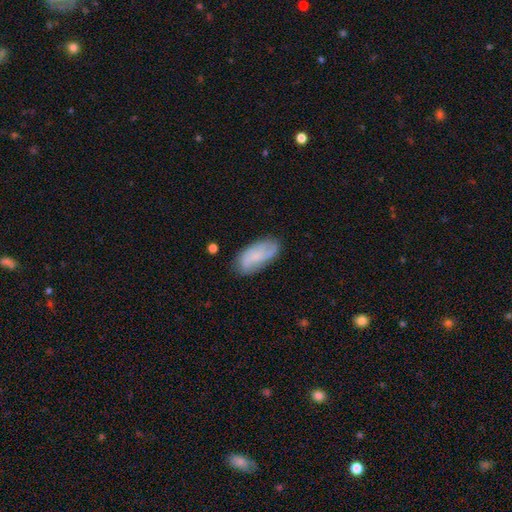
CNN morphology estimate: Q: Smooth or featured?
A: smooth (52%); runner-up: featured or disk (41%)
Q: How rounded?
A: in between (89%); runner-up: cigar-shaped (8%)
Q: Merging?
A: none (72%); runner-up: minor disturbance (21%)